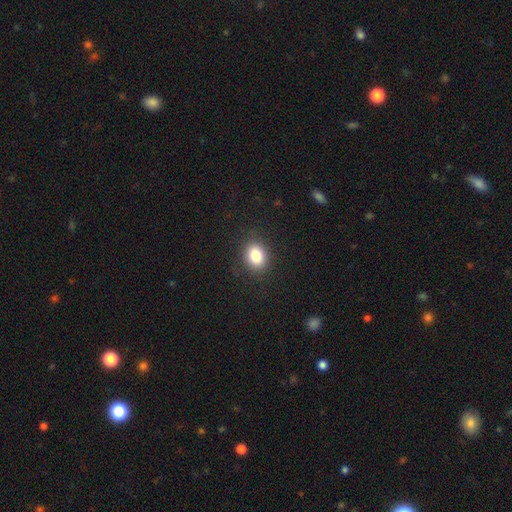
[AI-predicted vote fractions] smooth_or_featured: smooth (p=0.84) [alt: star or artifact p=0.10]
how_rounded: in between (p=0.57) [alt: round p=0.42]
merging: none (p=0.88) [alt: minor disturbance p=0.09]